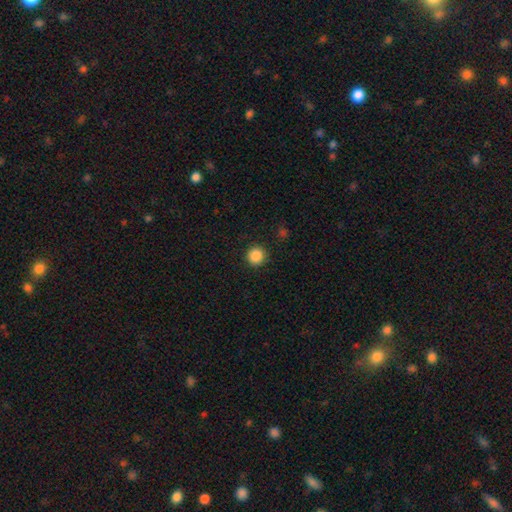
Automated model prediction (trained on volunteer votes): The model was most divided on "smooth or featured": smooth: 87%, star or artifact: 10%, featured or disk: 3%. More confident: how rounded — round (95%); merging — none (92%).